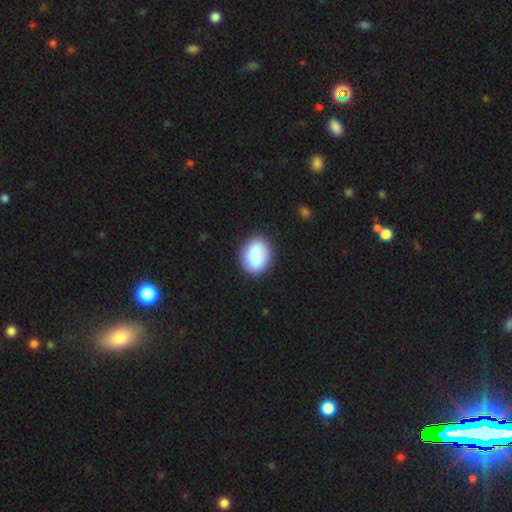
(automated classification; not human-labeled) Morphology: type=smooth (86%); roundness=in between (55%); merging=none (81%).